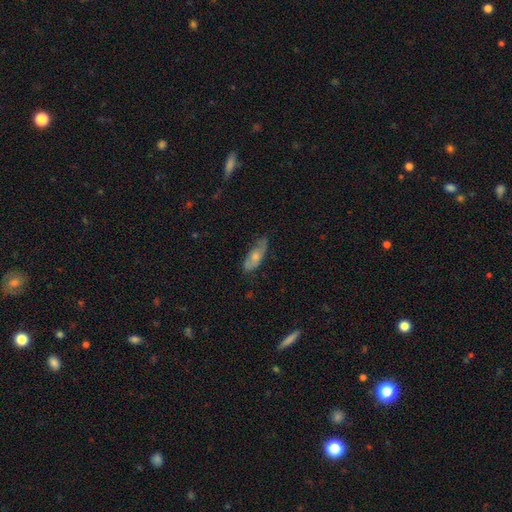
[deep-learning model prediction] Smooth or featured?
  - featured or disk: 48% *
  - smooth: 43%
  - star or artifact: 9%
Merging?
  - none: 66% *
  - minor disturbance: 25%
  - major disturbance: 7%
  - merger: 2%